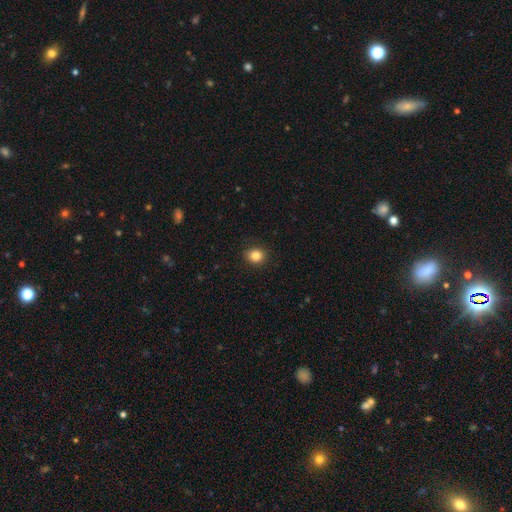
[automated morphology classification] A smooth galaxy with no disk features (85%) that is round (74%). Merging: none (90%).